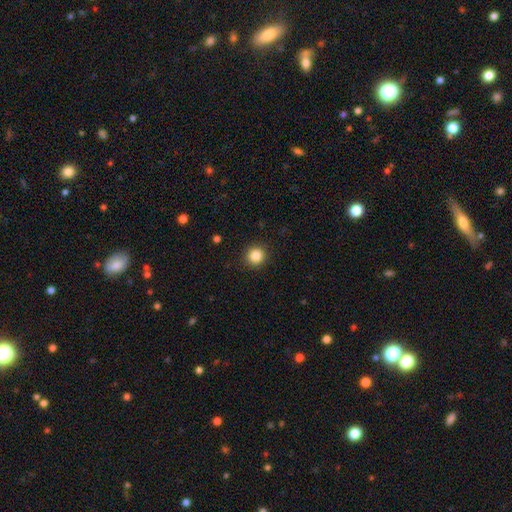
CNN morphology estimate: type=smooth (85%); roundness=round (94%); merging=none (92%).